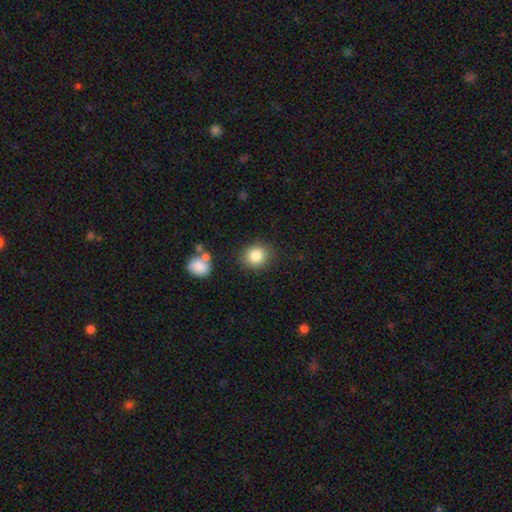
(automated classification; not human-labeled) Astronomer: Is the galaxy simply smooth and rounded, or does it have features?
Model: smooth — 85%.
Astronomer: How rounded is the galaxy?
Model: round — 80%.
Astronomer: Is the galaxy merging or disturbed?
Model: none — 83%.